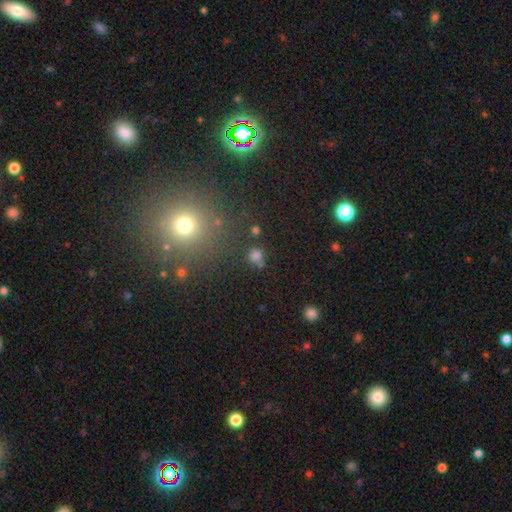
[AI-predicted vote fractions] A smooth galaxy with no disk features (70%) that is round (86%). Merging: none (74%).